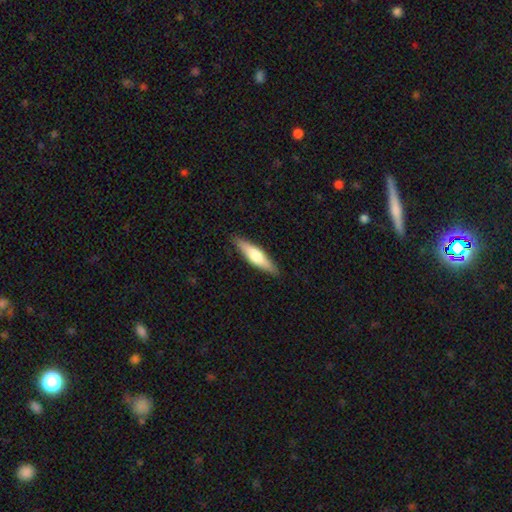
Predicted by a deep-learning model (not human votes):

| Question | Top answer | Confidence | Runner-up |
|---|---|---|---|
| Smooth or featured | smooth | 55% | featured or disk (40%) |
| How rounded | cigar-shaped | 73% | in between (26%) |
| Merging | none | 88% | minor disturbance (9%) |